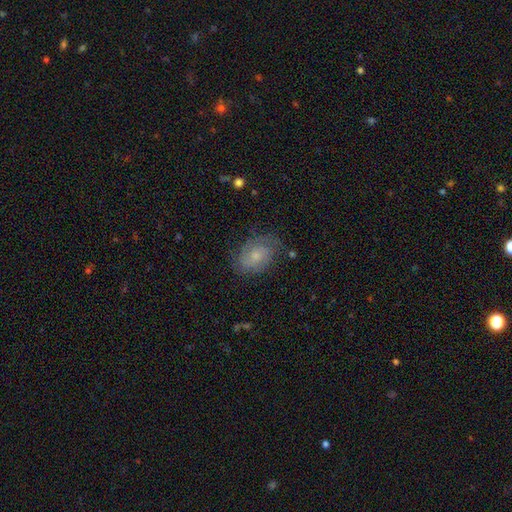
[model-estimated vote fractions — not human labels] This appears to be a featured or disk galaxy (59%) with no bar (71%), spiral arms (87%) and a small central bulge (57%). Merging: none (71%).